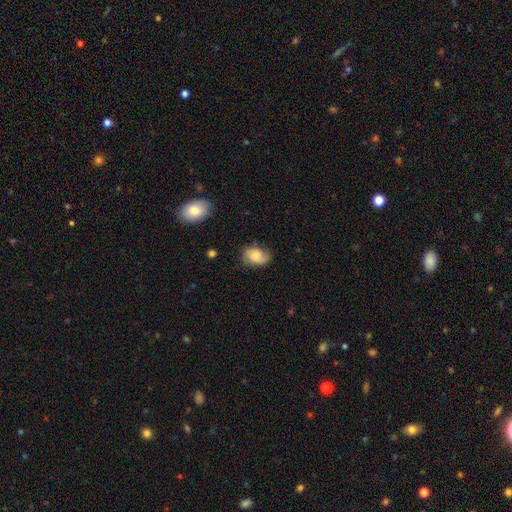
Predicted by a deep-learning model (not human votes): A smooth galaxy with no disk features (55%) that is in between round and cigar-shaped (77%). Merging: none (65%).